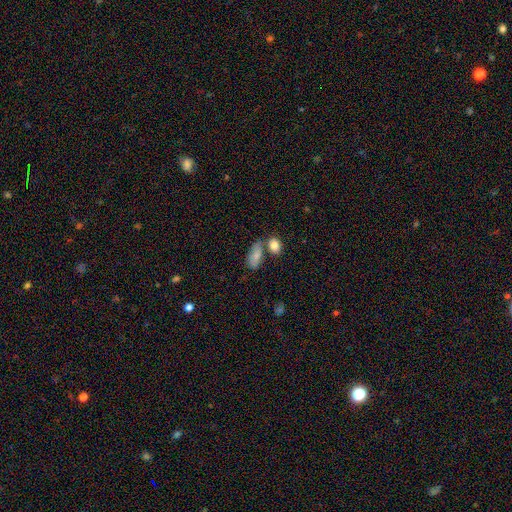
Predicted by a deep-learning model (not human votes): Smooth or featured: smooth — 80% (featured or disk — 12%)
How rounded: in between — 86% (cigar-shaped — 8%)
Merging: none — 47% (merger — 26%)